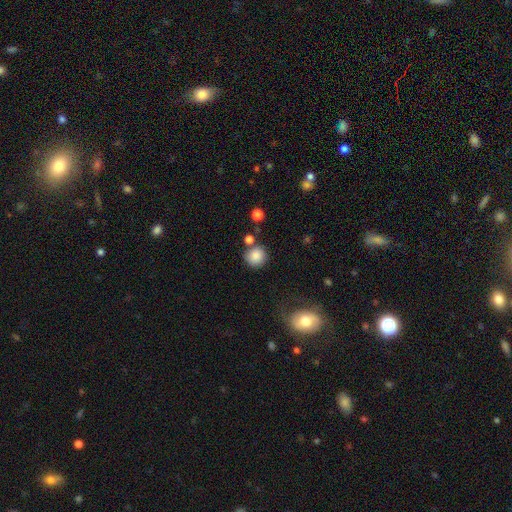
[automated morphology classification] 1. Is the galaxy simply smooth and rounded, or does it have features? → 85% smooth, 9% star or artifact, 6% featured or disk.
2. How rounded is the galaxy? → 91% round, 8% in between, 1% cigar-shaped.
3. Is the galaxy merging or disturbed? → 75% none, 11% minor disturbance, 10% merger, 4% major disturbance.